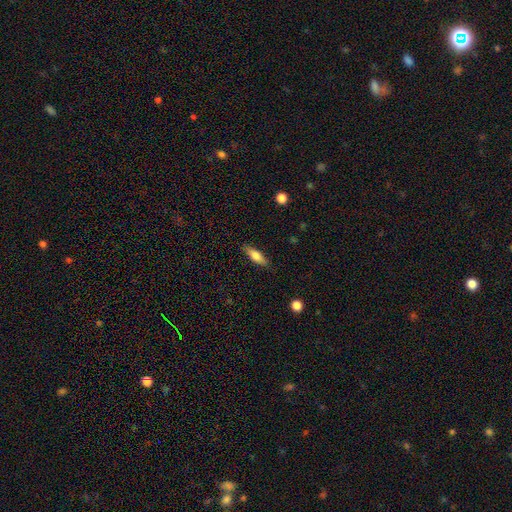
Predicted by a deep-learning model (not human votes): Overall: smooth (73%). How rounded: in between (52%; cigar-shaped 46%). Merging: none (84%).